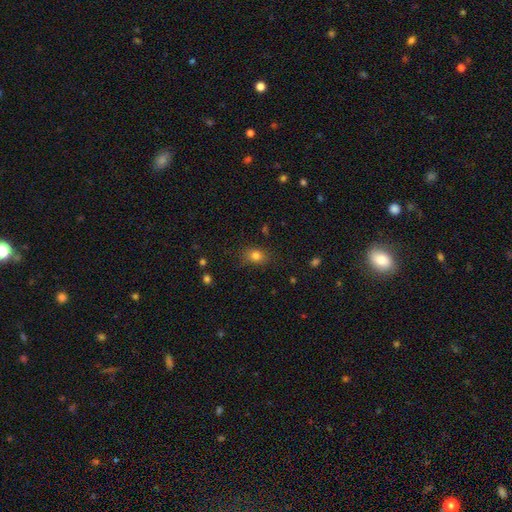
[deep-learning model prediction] This appears to be a smooth galaxy with no disk features (81%) that is in between round and cigar-shaped (55%). Merging: none (79%).